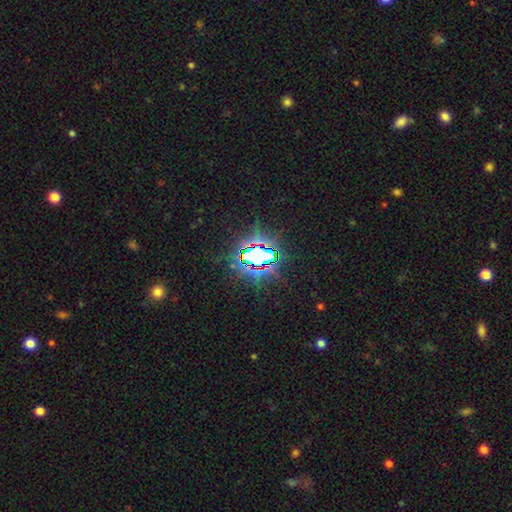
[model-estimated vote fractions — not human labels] A star or artifact, not a galaxy (76%).